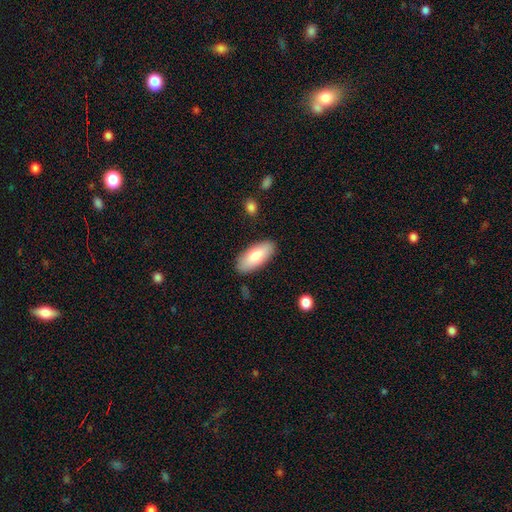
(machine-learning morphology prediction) type=smooth (79%); roundness=in between (85%); merging=none (87%).